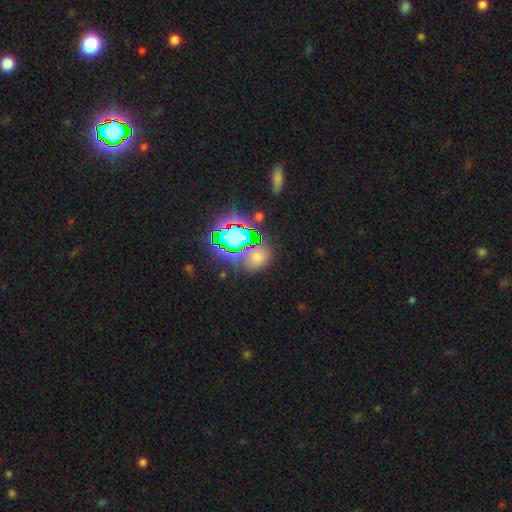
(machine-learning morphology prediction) type=star or artifact (57%).